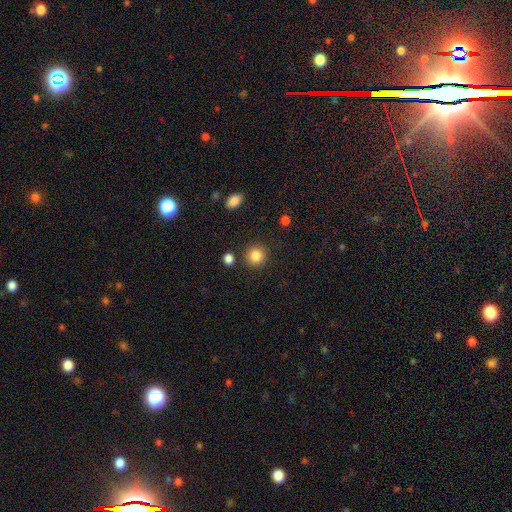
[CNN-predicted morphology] Smooth or featured? Predicted: smooth (p=0.86). How rounded? Predicted: round (p=0.91). Merging? Predicted: none (p=0.87).